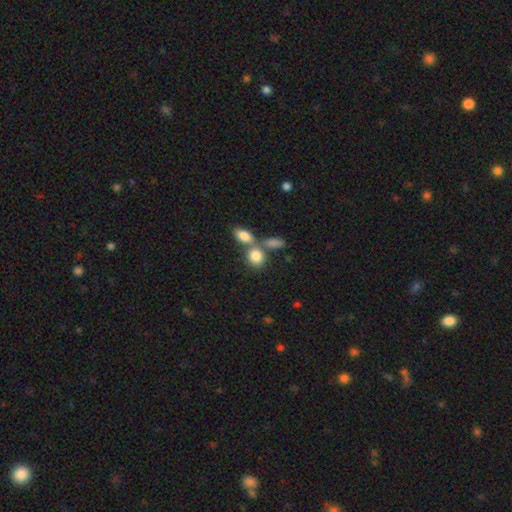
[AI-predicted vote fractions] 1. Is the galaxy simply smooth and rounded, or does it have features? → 82% smooth, 9% featured or disk, 8% star or artifact.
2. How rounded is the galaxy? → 55% in between, 42% round, 3% cigar-shaped.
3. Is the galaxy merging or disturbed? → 47% merger, 40% none, 9% minor disturbance, 4% major disturbance.